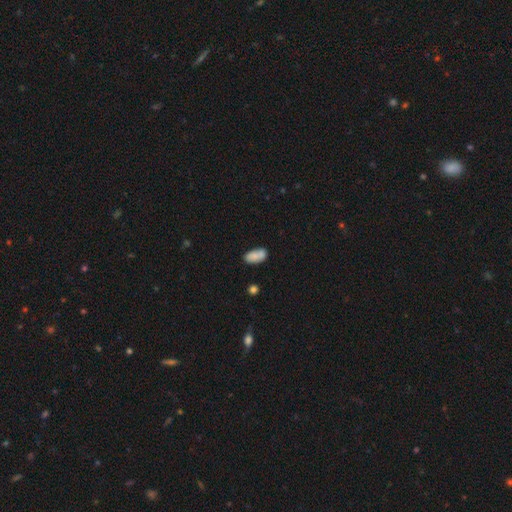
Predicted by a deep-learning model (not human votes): smooth-or-featured: smooth: 79% | featured or disk: 14% | star or artifact: 7%
  how-rounded: in between: 91% | cigar-shaped: 5% | round: 3%
  merging: none: 63% | minor disturbance: 20% | merger: 12% | major disturbance: 5%